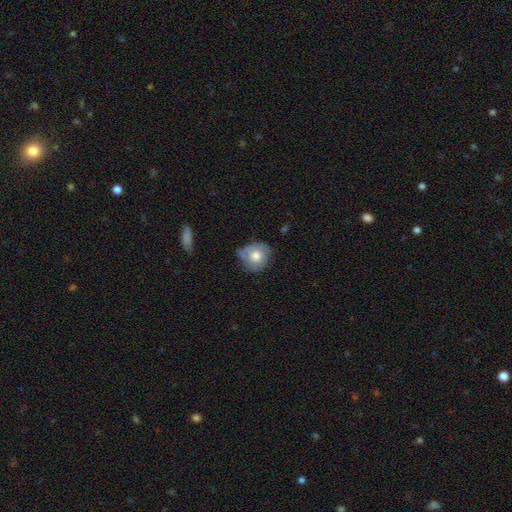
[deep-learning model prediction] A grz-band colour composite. It shows a smooth galaxy with no disk features (69%) that is round (75%). Merging: none (54%).